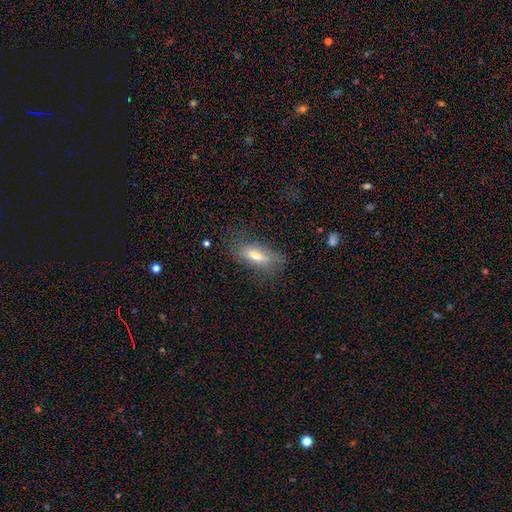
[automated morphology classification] The model was most divided on "smooth or featured": smooth: 63%, featured or disk: 27%, star or artifact: 9%. More confident: merging — none (71%); how rounded — in between (67%).